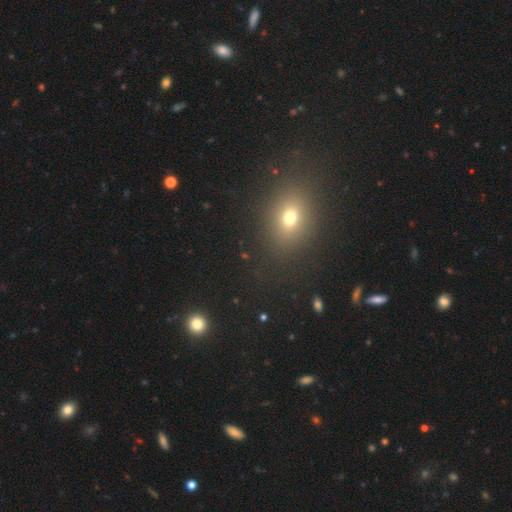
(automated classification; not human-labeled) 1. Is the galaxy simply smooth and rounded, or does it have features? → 61% smooth, 30% star or artifact, 9% featured or disk.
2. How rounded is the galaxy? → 58% in between, 40% round, 2% cigar-shaped.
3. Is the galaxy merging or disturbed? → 89% none, 7% minor disturbance, 2% major disturbance, 1% merger.